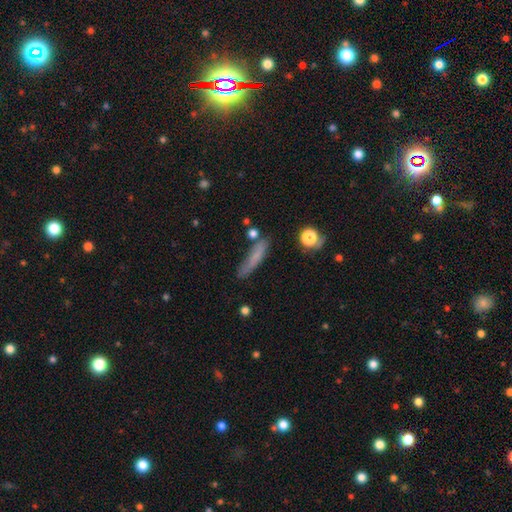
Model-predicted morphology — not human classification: Smooth or featured? Predicted: smooth (p=0.67). How rounded? Predicted: cigar-shaped (p=0.83). Merging? Predicted: none (p=0.65).